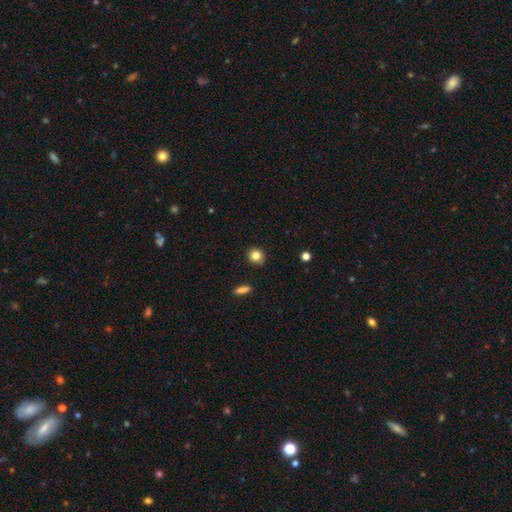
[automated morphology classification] A smooth galaxy with no disk features (82%) that is round (73%). Merging: none (87%).